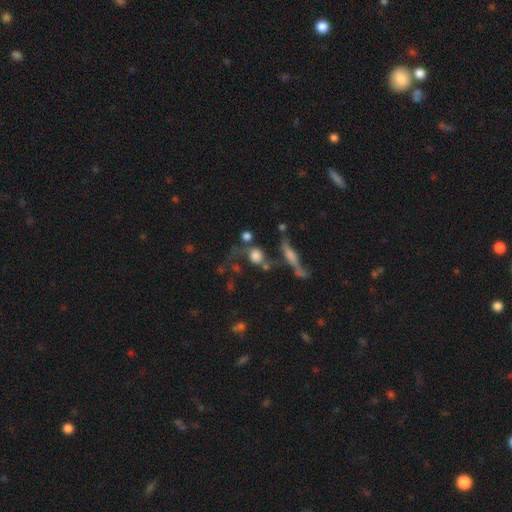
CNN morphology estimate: smooth_or_featured: smooth (p=0.59) [alt: featured or disk p=0.27]
how_rounded: round (p=0.81) [alt: in between p=0.15]
merging: none (p=0.41) [alt: merger p=0.24]